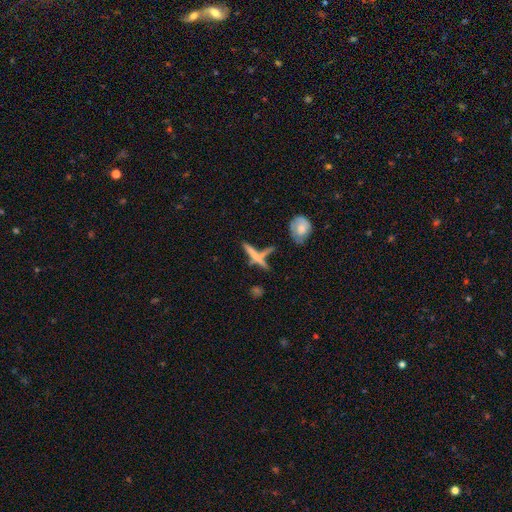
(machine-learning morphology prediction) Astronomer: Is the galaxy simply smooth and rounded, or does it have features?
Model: smooth — 51% (runner-up: featured or disk, 38%).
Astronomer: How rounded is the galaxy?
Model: cigar-shaped — 87%.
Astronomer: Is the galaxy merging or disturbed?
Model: none — 53%.